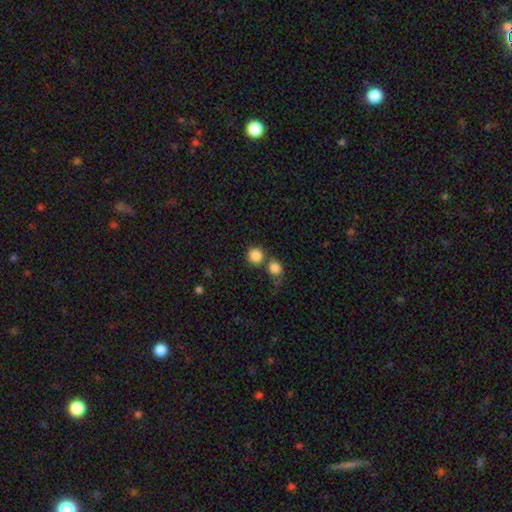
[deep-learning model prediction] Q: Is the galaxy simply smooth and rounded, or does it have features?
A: smooth — 86%.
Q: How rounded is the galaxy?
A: round — 91%.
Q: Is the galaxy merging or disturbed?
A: none — 65%.